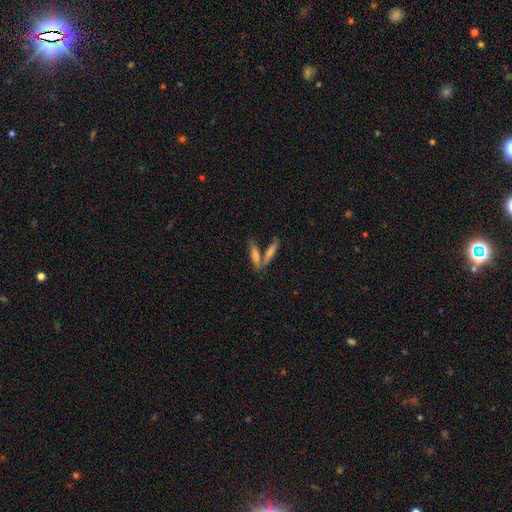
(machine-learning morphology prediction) This is likely a smooth galaxy (64%). How rounded: likely cigar-shaped (77%). Merging: possibly none (53%).